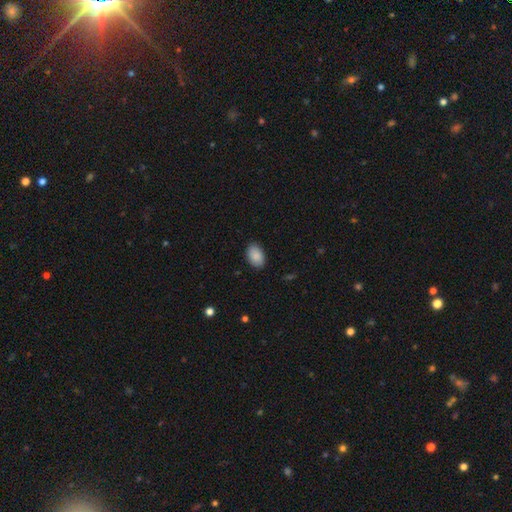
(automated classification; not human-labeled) smooth_or_featured: smooth (p=0.90) [alt: star or artifact p=0.06]
how_rounded: in between (p=0.90) [alt: round p=0.09]
merging: none (p=0.87) [alt: minor disturbance p=0.10]